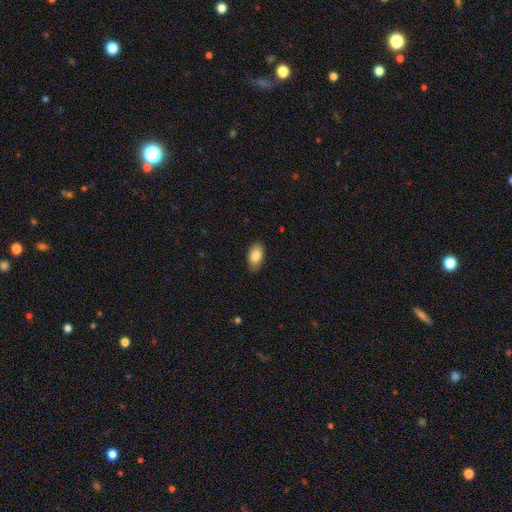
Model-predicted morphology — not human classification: This is clearly a smooth galaxy (85%). How rounded: clearly in between (93%). Merging: clearly none (84%).